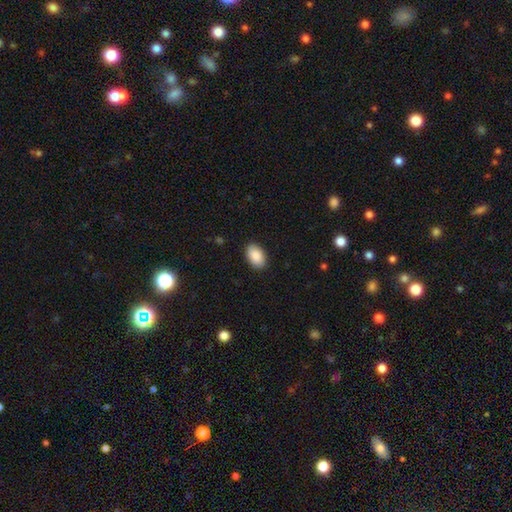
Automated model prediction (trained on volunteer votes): Smooth or featured? Predicted: smooth (p=0.89). How rounded? Predicted: in between (p=0.93). Merging? Predicted: none (p=0.89).